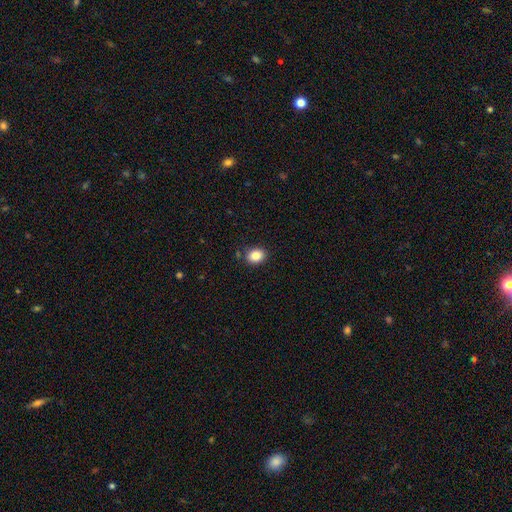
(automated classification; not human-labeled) smooth 85%, star or artifact 9%, featured or disk 5%. Down the decision tree: how rounded — in between (56%); merging — none (86%).